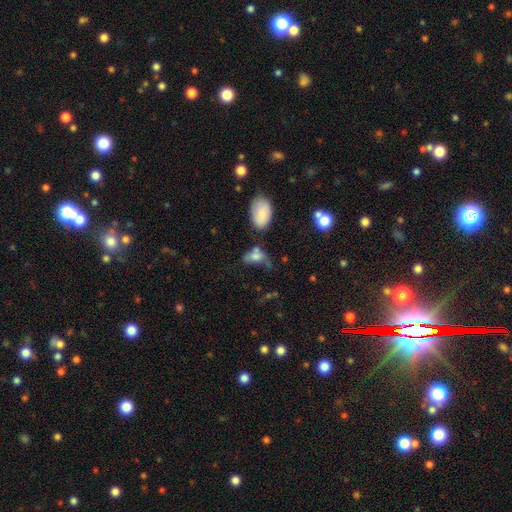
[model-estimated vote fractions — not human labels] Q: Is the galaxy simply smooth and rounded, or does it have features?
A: smooth — 69%.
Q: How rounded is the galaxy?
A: in between — 83%.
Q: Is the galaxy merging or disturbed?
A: none — 29%.